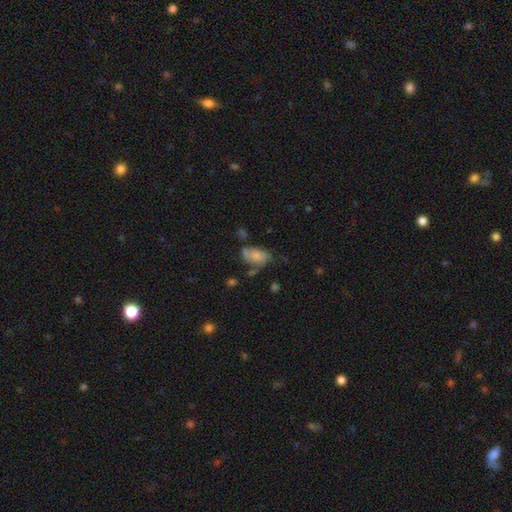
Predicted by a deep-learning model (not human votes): A smooth galaxy with no disk features (62%) that is in between round and cigar-shaped (90%).

Vote fractions:
- Smooth or featured? smooth: 62% / featured or disk: 28% / star or artifact: 10%
- How rounded? in between: 90% / round: 8% / cigar-shaped: 3%
- Merging? none: 34% / minor disturbance: 27% / major disturbance: 23% / merger: 16%